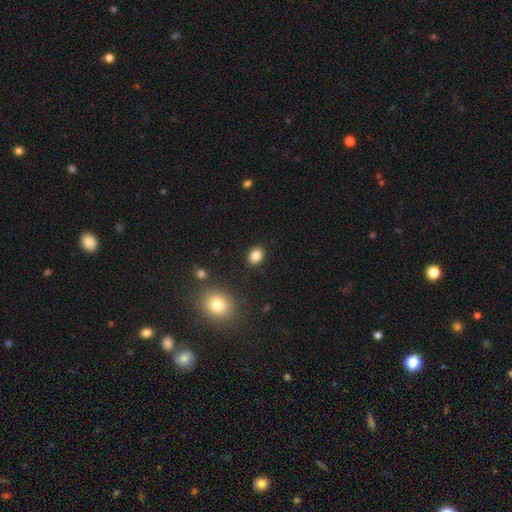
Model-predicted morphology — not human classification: smooth 85%, star or artifact 10%, featured or disk 5%. Down the decision tree: how rounded — in between (53%); merging — none (89%).